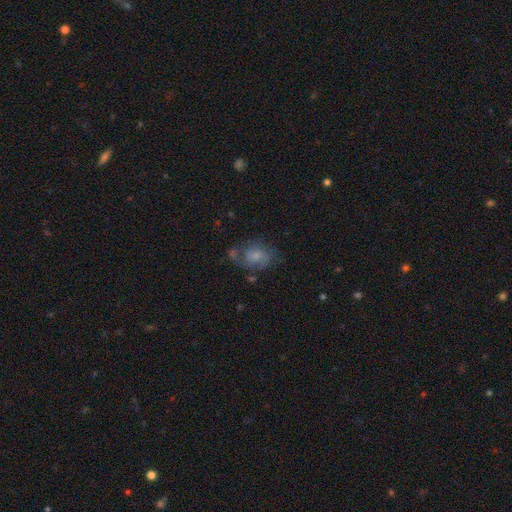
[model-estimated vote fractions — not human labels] The model was most divided on "smooth or featured": featured or disk: 46%, smooth: 43%, star or artifact: 10%. Remaining: merging — none (41%).